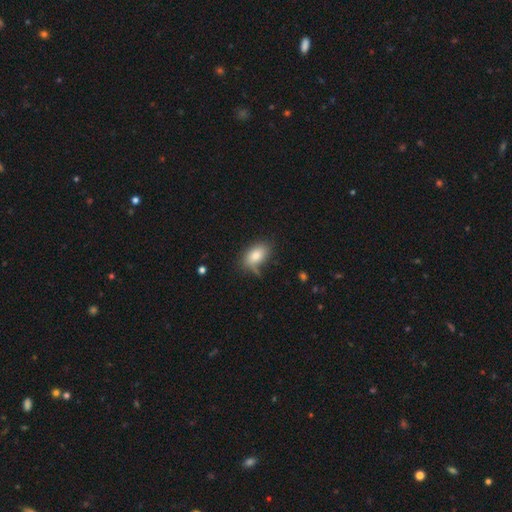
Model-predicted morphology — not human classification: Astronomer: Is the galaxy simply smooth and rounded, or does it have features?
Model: smooth — 82%.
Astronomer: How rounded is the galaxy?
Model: in between — 91%.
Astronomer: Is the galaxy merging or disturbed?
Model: none — 65%.